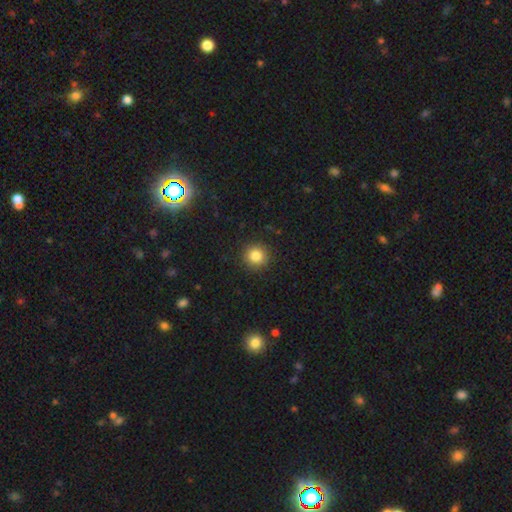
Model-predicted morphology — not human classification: A smooth galaxy with no disk features (83%) that is round (93%). Merging: none (92%).